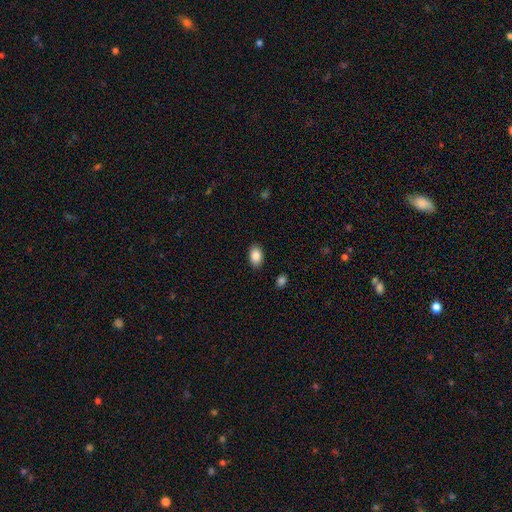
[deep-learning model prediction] smooth-or-featured: smooth: 87% | star or artifact: 7% | featured or disk: 6%
  how-rounded: in between: 89% | round: 10% | cigar-shaped: 1%
  merging: none: 89% | minor disturbance: 8% | major disturbance: 2% | merger: 1%